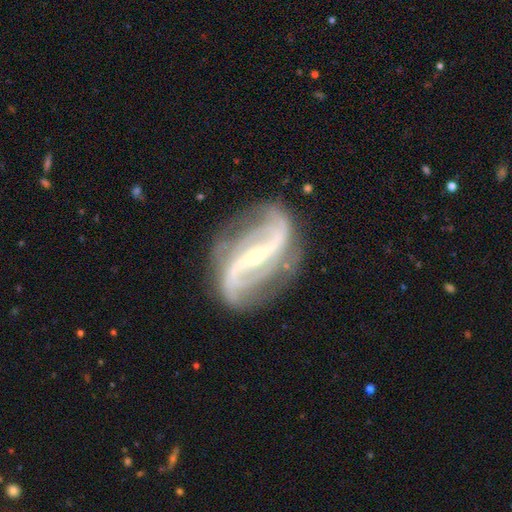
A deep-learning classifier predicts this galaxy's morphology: Smooth or featured: featured or disk — 91% (star or artifact — 5%)
Edge-on disk: no — 95% (yes — 5%)
Bar: strong — 73% (weak — 18%)
Spiral arms: yes — 97% (no — 3%)
Spiral winding: loose — 51% (medium — 35%)
Spiral arm count: 2 — 87% (can't tell — 4%)
Bulge size: small — 74% (moderate — 22%)
Merging: none — 75% (minor disturbance — 15%)